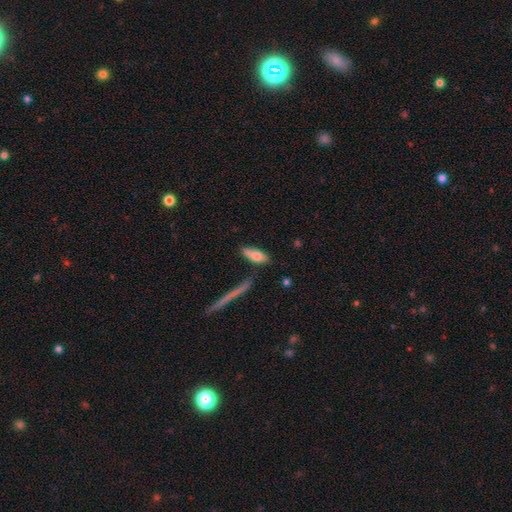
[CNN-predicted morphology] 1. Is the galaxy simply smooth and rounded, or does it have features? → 77% smooth, 16% featured or disk, 7% star or artifact.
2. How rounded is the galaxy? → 74% in between, 23% cigar-shaped, 3% round.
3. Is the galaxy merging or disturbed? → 63% none, 22% minor disturbance, 8% merger, 6% major disturbance.